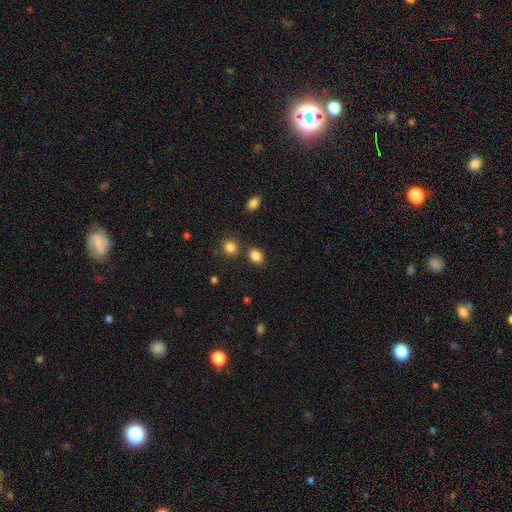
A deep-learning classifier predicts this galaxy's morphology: Overall: smooth (85%). How rounded: round (50%; in between 49%). Merging: none (79%).